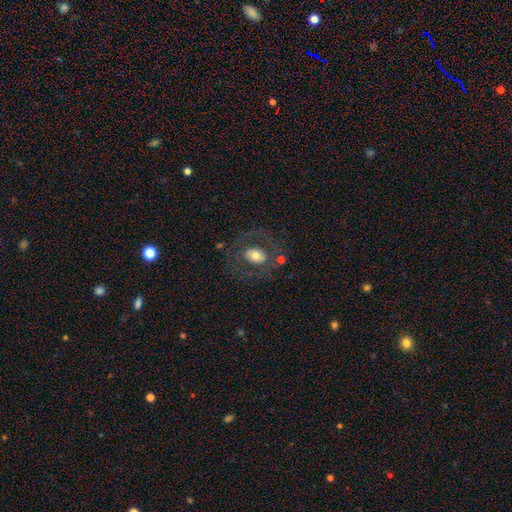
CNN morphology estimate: Smooth or featured?
  - smooth: 53% *
  - featured or disk: 39%
  - star or artifact: 9%
How rounded?
  - in between: 52% *
  - round: 47%
  - cigar-shaped: 1%
Merging?
  - none: 71% *
  - minor disturbance: 13%
  - major disturbance: 13%
  - merger: 3%